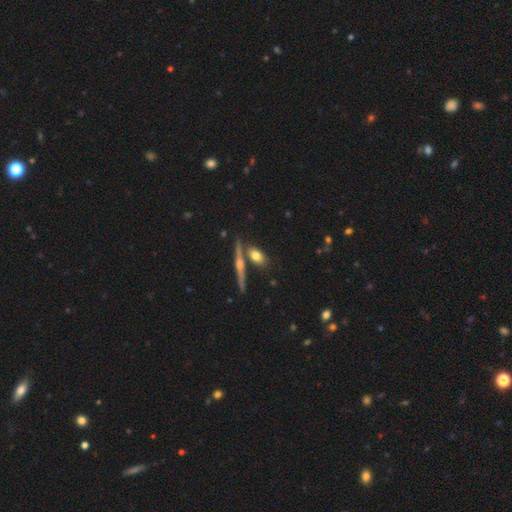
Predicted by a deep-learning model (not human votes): The model was most divided on "smooth or featured": smooth: 65%, featured or disk: 27%, star or artifact: 7%. More confident: how rounded — in between (67%); merging — none (65%).